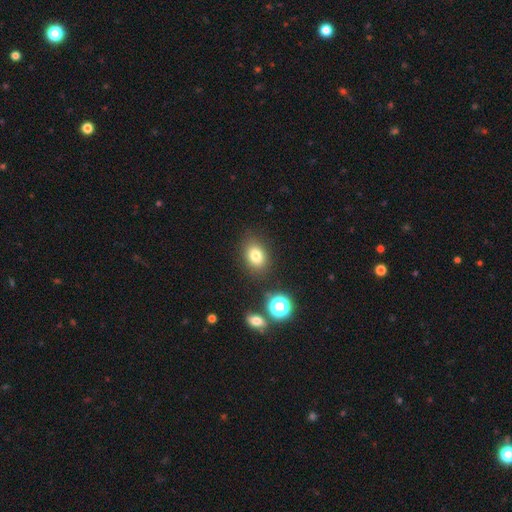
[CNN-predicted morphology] Smooth or featured? Predicted: smooth (p=0.79). How rounded? Predicted: in between (p=0.64). Merging? Predicted: none (p=0.83).